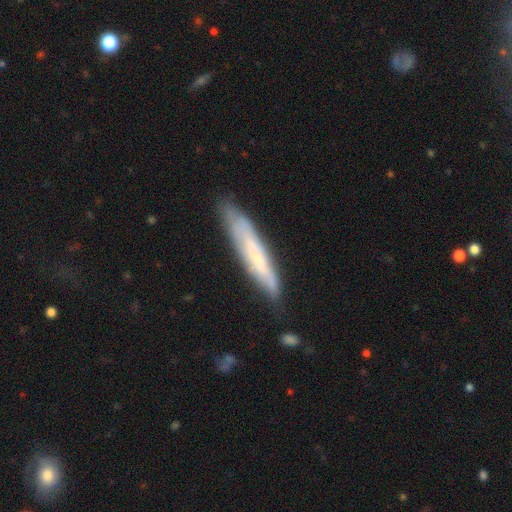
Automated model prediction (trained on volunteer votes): The model was most divided on "smooth or featured" (2-way tie): smooth: 47%, featured or disk: 47%, star or artifact: 6%. More confident: merging — none (76%).